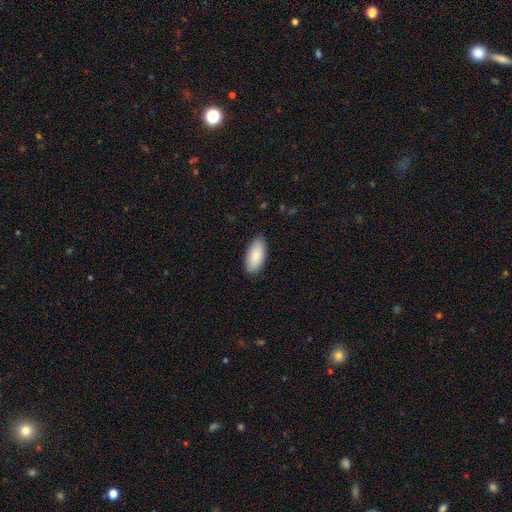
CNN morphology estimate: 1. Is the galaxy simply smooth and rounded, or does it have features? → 88% smooth, 7% featured or disk, 5% star or artifact.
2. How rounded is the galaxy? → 91% in between, 7% cigar-shaped, 2% round.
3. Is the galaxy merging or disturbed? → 87% none, 10% minor disturbance, 2% major disturbance, 1% merger.